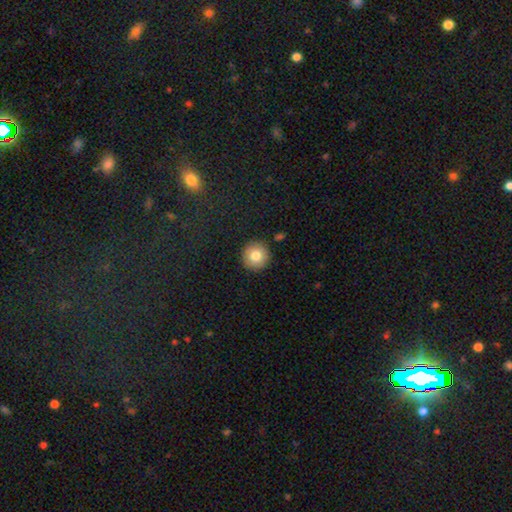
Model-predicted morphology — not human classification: The model was most divided on "smooth or featured": smooth: 79%, featured or disk: 12%, star or artifact: 9%. More confident: how rounded — round (95%); merging — none (90%).